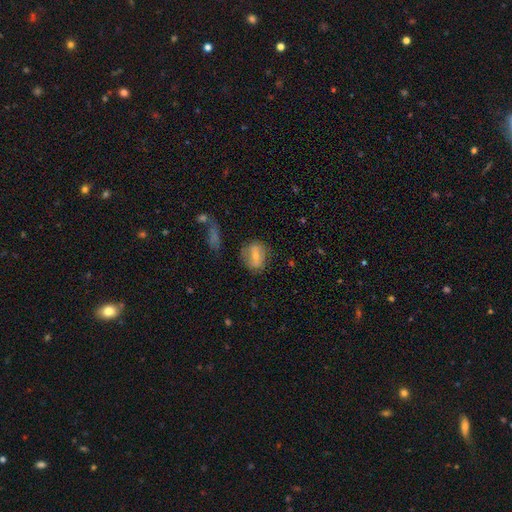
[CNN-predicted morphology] A smooth galaxy with no disk features (49%).

Vote fractions:
- Smooth or featured? smooth: 49% / featured or disk: 43% / star or artifact: 8%
- Merging? none: 73% / minor disturbance: 17% / major disturbance: 7% / merger: 3%